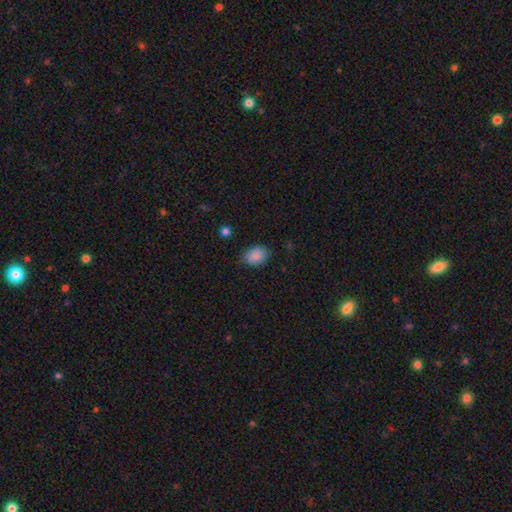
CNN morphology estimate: Q: Smooth or featured?
A: smooth (86%); runner-up: star or artifact (8%)
Q: How rounded?
A: in between (77%); runner-up: round (22%)
Q: Merging?
A: none (71%); runner-up: minor disturbance (23%)